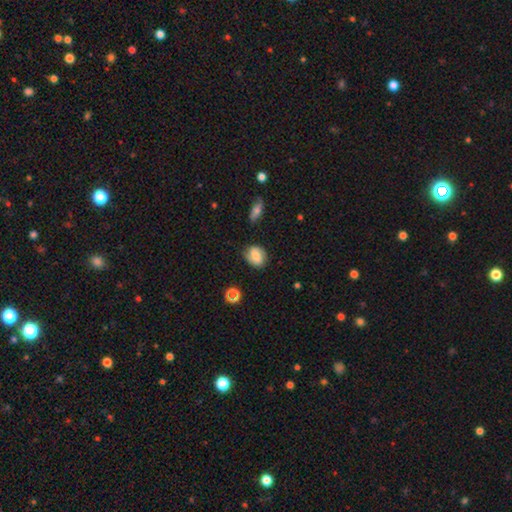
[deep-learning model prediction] smooth_or_featured: smooth (p=0.60) [alt: featured or disk p=0.30]
how_rounded: in between (p=0.50) [alt: round p=0.48]
merging: none (p=0.76) [alt: minor disturbance p=0.18]